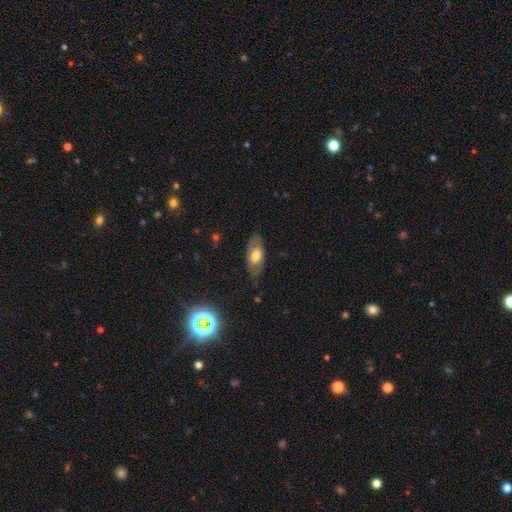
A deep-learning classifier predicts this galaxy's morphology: smooth_or_featured: smooth (p=0.48) [alt: featured or disk p=0.44]
merging: none (p=0.77) [alt: minor disturbance p=0.17]